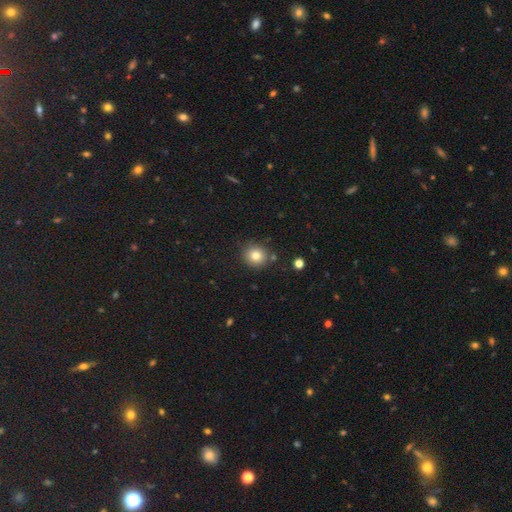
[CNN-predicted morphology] A smooth galaxy with no disk features (80%) that is round (86%). Merging: none (84%).